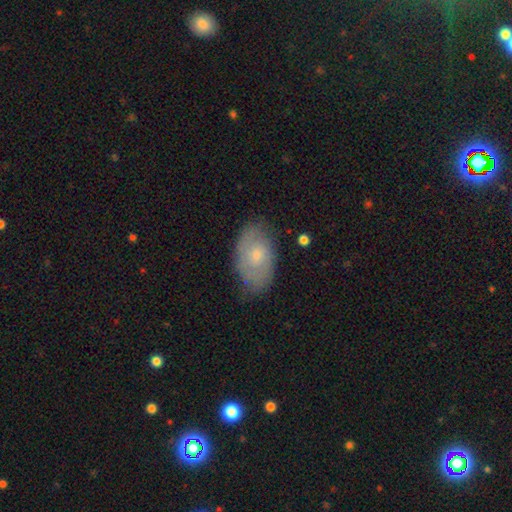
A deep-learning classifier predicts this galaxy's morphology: A smooth galaxy with no disk features (51%) that is in between round and cigar-shaped (92%). Merging: none (70%).